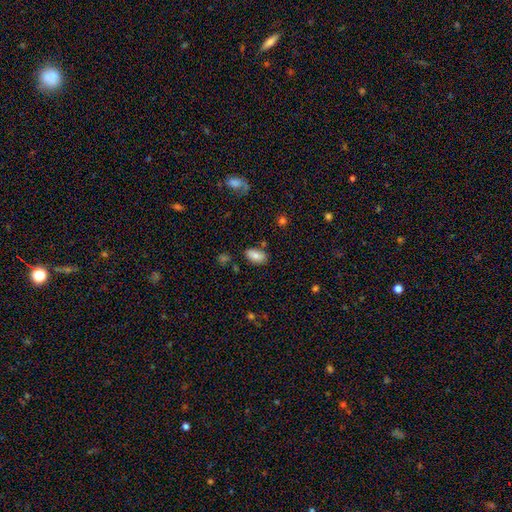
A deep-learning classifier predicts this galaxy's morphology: A smooth galaxy with no disk features (81%) that is in between round and cigar-shaped (93%).

Vote fractions:
- Smooth or featured? smooth: 81% / featured or disk: 11% / star or artifact: 8%
- How rounded? in between: 93% / round: 4% / cigar-shaped: 2%
- Merging? none: 79% / minor disturbance: 13% / merger: 4% / major disturbance: 3%